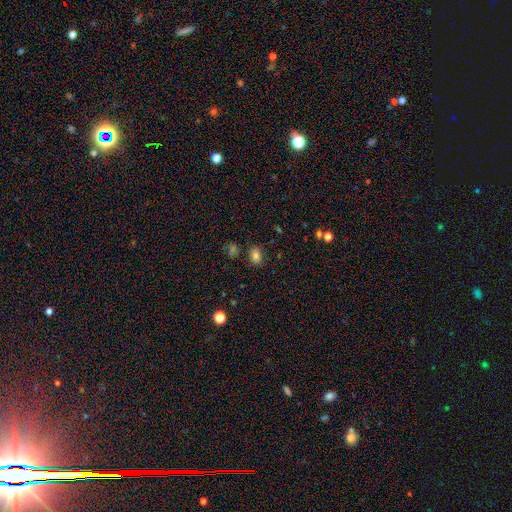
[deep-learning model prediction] This appears to be a smooth galaxy with no disk features (80%) that is in between round and cigar-shaped (72%). Merging: none (80%).